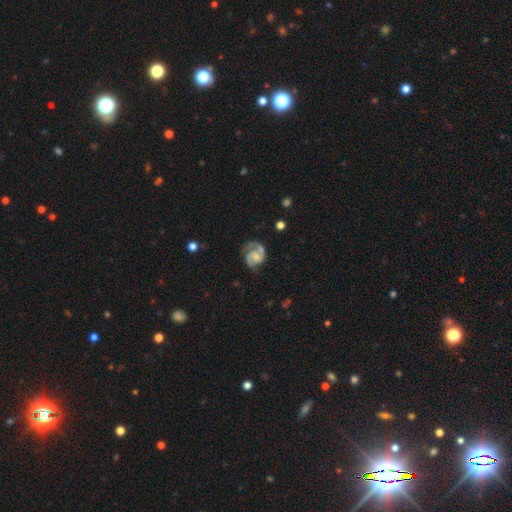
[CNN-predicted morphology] Smooth or featured: featured or disk — 81% (smooth — 13%)
Edge-on disk: no — 98% (yes — 2%)
Bar: no — 57% (weak — 35%)
Spiral arms: yes — 94% (no — 6%)
Spiral winding: medium — 47% (tight — 35%)
Spiral arm count: 2 — 74% (1 — 14%)
Bulge size: small — 40% (moderate — 29%)
Merging: none — 53% (minor disturbance — 22%)